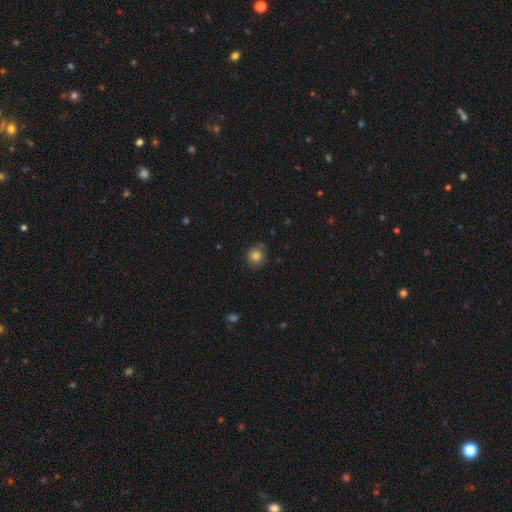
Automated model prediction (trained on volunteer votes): Smooth or featured? Predicted: smooth (p=0.81). How rounded? Predicted: round (p=0.88). Merging? Predicted: none (p=0.79).